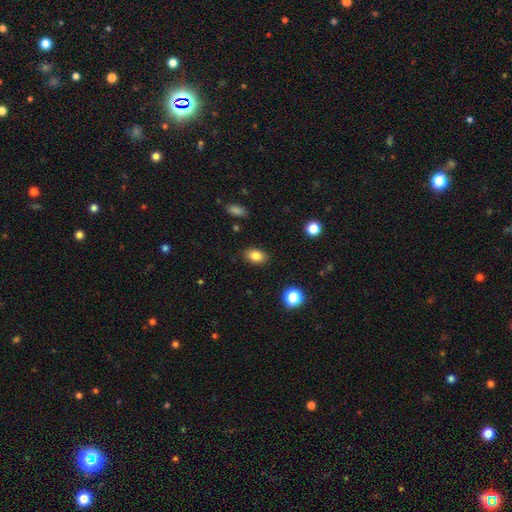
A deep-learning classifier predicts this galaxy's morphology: Smooth or featured? Predicted: smooth (p=0.83). How rounded? Predicted: in between (p=0.84). Merging? Predicted: none (p=0.87).